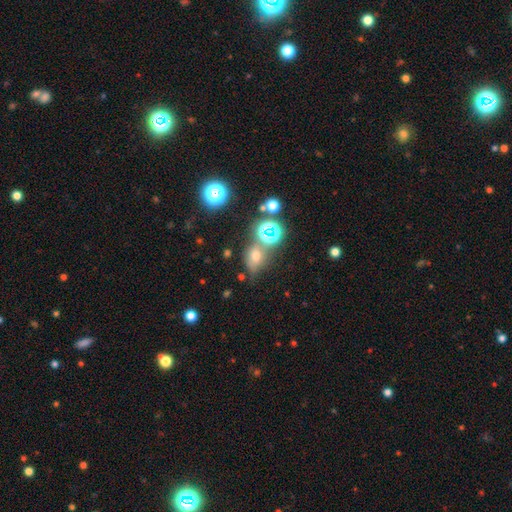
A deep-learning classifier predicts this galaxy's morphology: This appears to be a smooth galaxy with no disk features (54%) that is in between round and cigar-shaped (55%). Merging: none (61%).